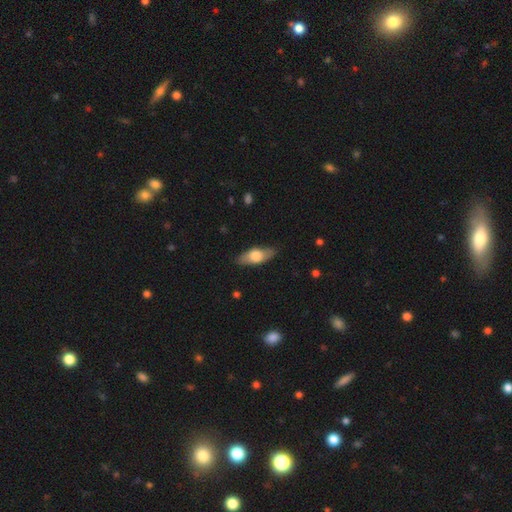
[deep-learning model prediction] Smooth or featured? Predicted: smooth (p=0.61). How rounded? Predicted: in between (p=0.74). Merging? Predicted: none (p=0.84).